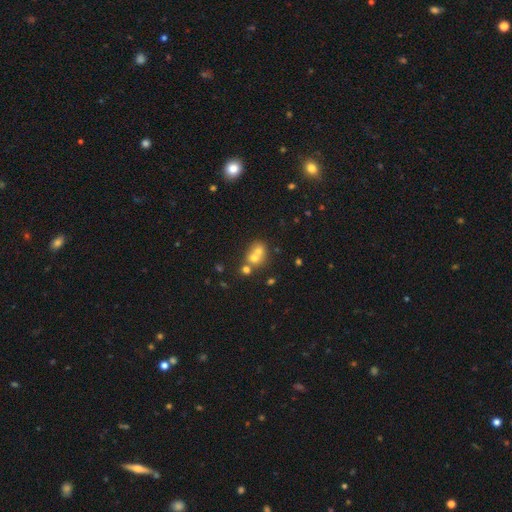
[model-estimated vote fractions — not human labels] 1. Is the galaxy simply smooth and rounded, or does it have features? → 63% smooth, 23% featured or disk, 15% star or artifact.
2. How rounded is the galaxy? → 72% round, 27% in between, 1% cigar-shaped.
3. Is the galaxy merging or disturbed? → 62% merger, 29% none, 6% minor disturbance, 3% major disturbance.